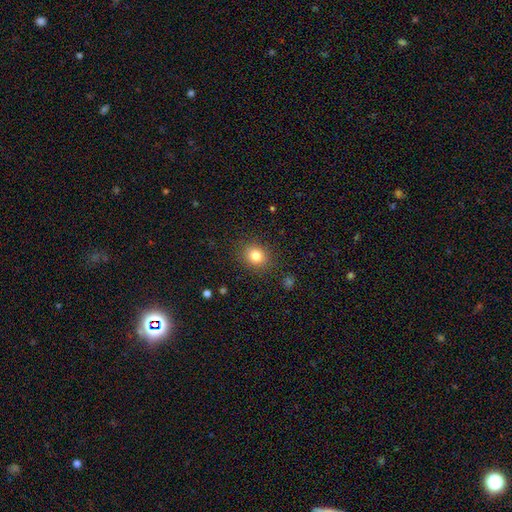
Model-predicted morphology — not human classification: Overall: smooth (81%). How rounded: round (73%). Merging: none (88%).